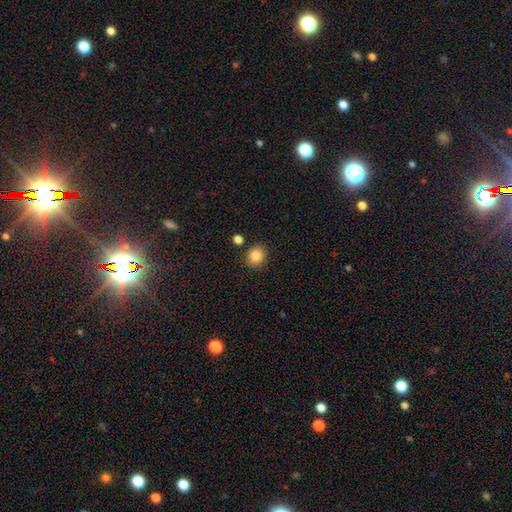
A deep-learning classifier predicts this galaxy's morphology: This is clearly a smooth galaxy (85%). How rounded: clearly round (84%). Merging: clearly none (86%).